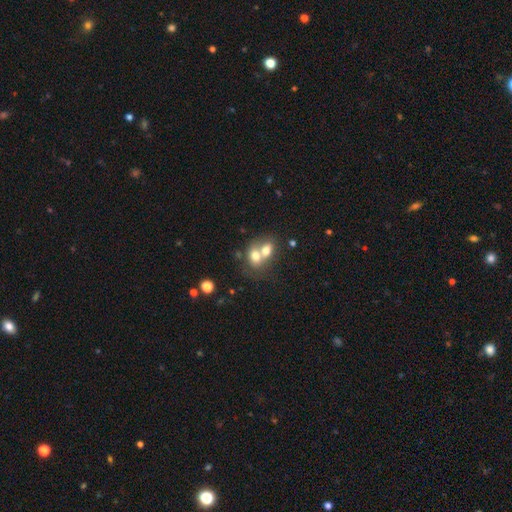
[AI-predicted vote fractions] Smooth or featured? Predicted: smooth (p=0.69). How rounded? Predicted: in between (p=0.58). Merging? Predicted: merger (p=0.71).